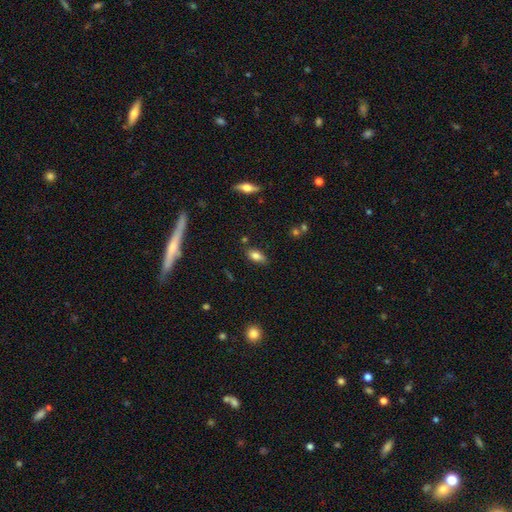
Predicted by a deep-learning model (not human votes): Morphology: type=smooth (77%); roundness=in between (86%); merging=none (76%).